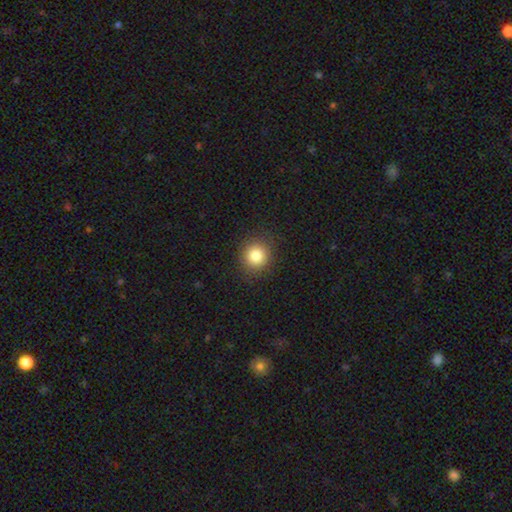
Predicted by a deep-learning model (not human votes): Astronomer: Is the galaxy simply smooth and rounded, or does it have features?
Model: smooth — 84%.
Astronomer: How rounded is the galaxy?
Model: round — 86%.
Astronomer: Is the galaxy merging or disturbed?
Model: none — 88%.